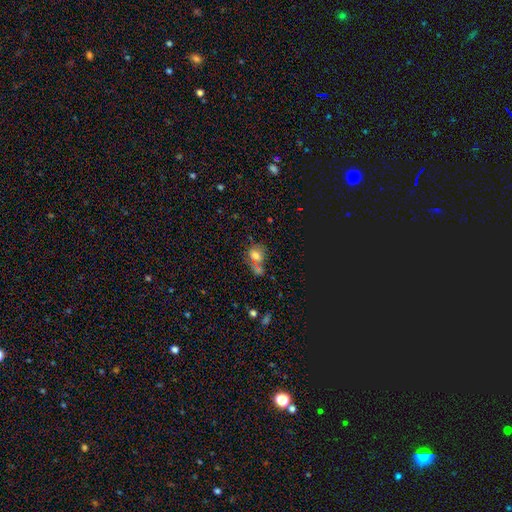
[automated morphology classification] Smooth or featured? Predicted: smooth (p=0.68). How rounded? Predicted: in between (p=0.63). Merging? Predicted: merger (p=0.39).